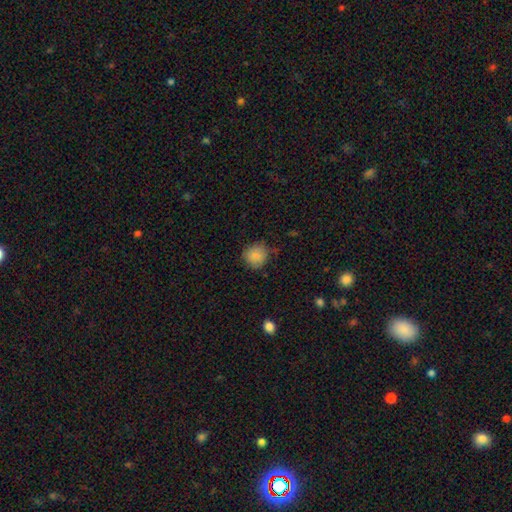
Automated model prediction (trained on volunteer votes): The model was most divided on "merging": none: 73%, minor disturbance: 21%, major disturbance: 4%, merger: 2%. More confident: how rounded — round (86%); smooth or featured — smooth (84%).